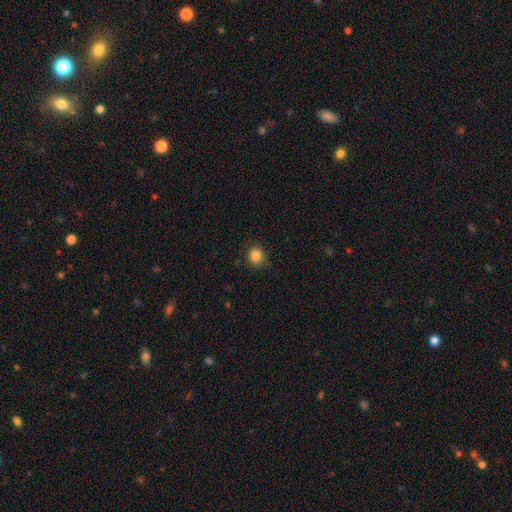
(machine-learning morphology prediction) Smooth or featured? smooth (84%)
How rounded? round (92%)
Merging? none (89%)